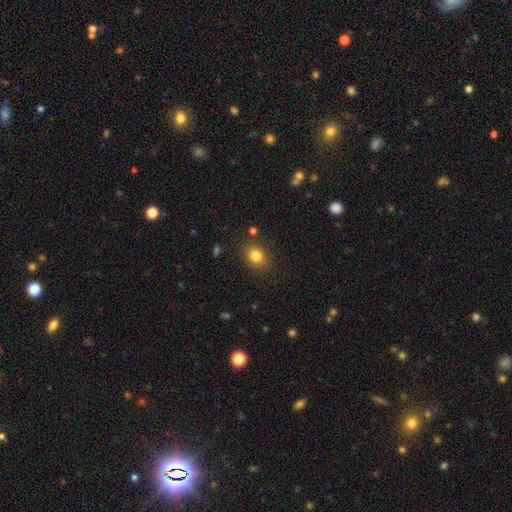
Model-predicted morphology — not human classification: This is clearly a smooth galaxy (82%). How rounded: possibly round (50%). Merging: clearly none (83%).